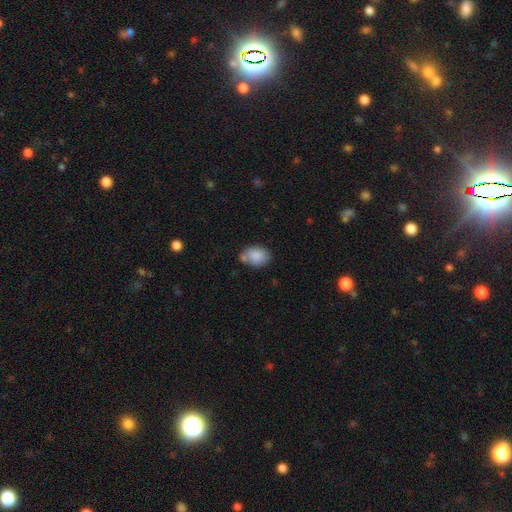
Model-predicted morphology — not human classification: The model was most divided on "how rounded": in between: 70%, round: 29%, cigar-shaped: 1%. More confident: smooth or featured — smooth (86%); merging — none (61%).